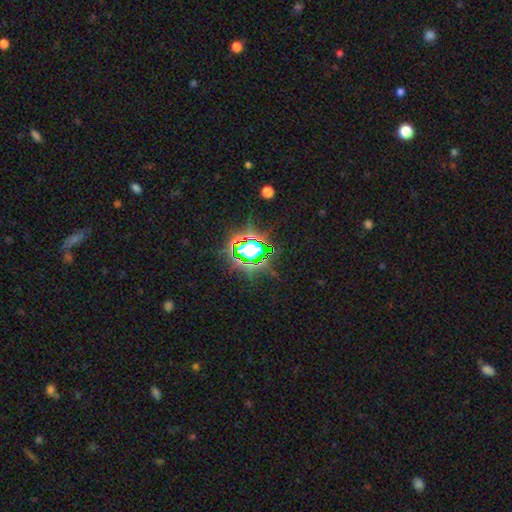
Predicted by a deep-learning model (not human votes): smooth-or-featured: star or artifact: 74% | smooth: 15% | featured or disk: 11%